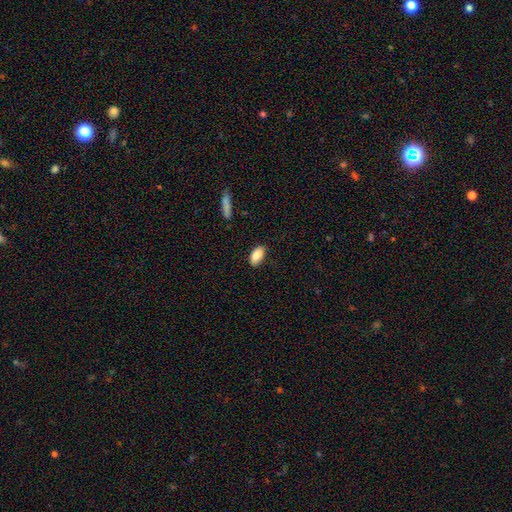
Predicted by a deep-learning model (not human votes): Smooth or featured? Predicted: smooth (p=0.88). How rounded? Predicted: in between (p=0.92). Merging? Predicted: none (p=0.83).